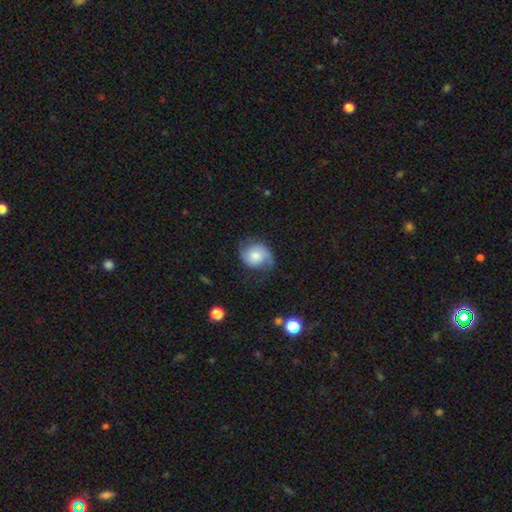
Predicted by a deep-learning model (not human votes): Morphology: type=featured or disk (51%); edge-on=no (97%); merging=none (58%).